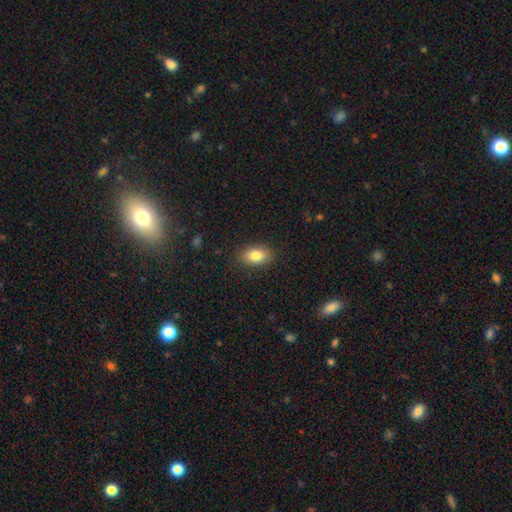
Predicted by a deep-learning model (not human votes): The model was most divided on "smooth or featured": smooth: 83%, featured or disk: 9%, star or artifact: 8%. More confident: merging — none (87%); how rounded — in between (87%).